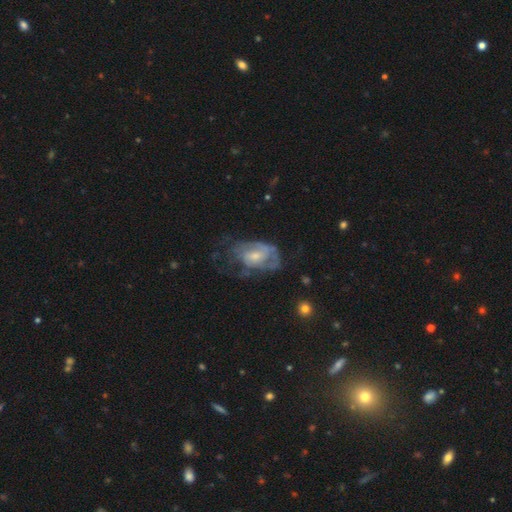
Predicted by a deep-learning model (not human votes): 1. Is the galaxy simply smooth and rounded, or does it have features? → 70% featured or disk, 23% smooth, 7% star or artifact.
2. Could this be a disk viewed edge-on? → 96% no, 4% yes.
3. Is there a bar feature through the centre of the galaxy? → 51% no, 41% weak, 8% strong.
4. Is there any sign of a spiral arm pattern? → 72% yes, 28% no.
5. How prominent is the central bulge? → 46% small, 42% moderate, 7% none, 4% large, 1% dominant.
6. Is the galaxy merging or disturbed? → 40% none, 30% major disturbance, 27% minor disturbance, 3% merger.